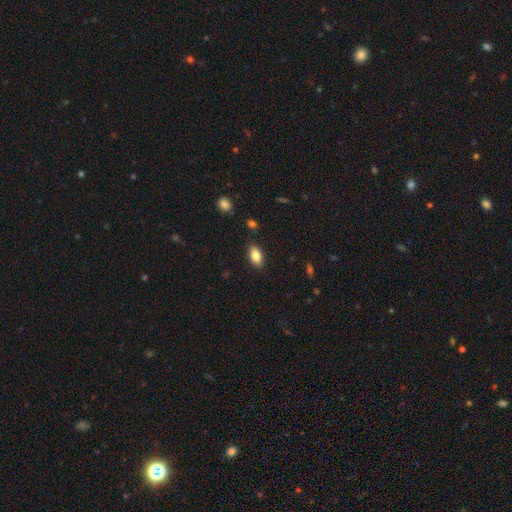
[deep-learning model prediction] This is clearly a smooth galaxy (83%). How rounded: clearly in between (90%). Merging: clearly none (87%).